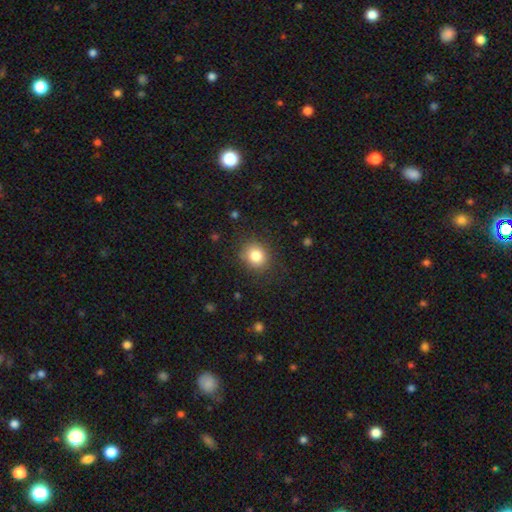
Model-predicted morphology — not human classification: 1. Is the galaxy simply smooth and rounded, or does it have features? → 83% smooth, 10% star or artifact, 7% featured or disk.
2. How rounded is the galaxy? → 77% round, 22% in between, 1% cigar-shaped.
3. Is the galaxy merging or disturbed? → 84% none, 11% minor disturbance, 4% major disturbance, 1% merger.